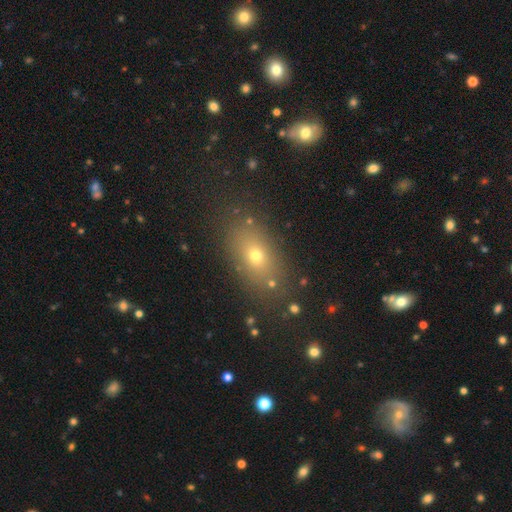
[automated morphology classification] Overall: smooth (66%). How rounded: in between (76%). Merging: none (81%).